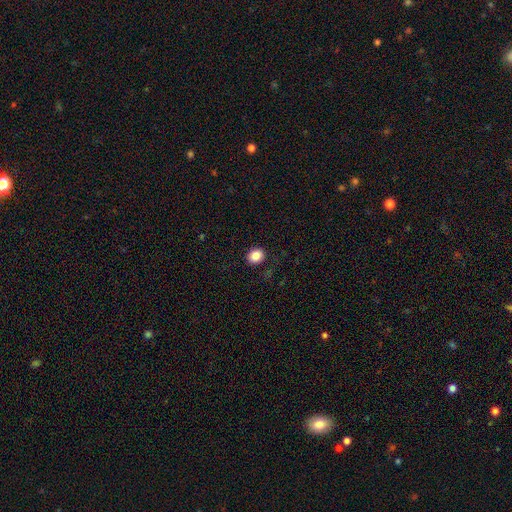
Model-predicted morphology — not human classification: This is clearly a smooth galaxy (85%). How rounded: likely round (61%). Merging: clearly none (89%).